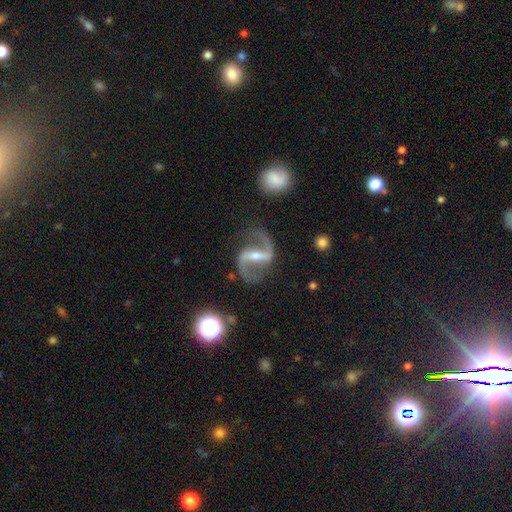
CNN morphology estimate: smooth_or_featured: featured or disk (p=0.92) [alt: star or artifact p=0.05]
disk_edge_on: no (p=0.97) [alt: yes p=0.03]
bar: strong (p=0.64) [alt: weak p=0.26]
has_spiral_arms: yes (p=0.97) [alt: no p=0.03]
spiral_winding: loose (p=0.50) [alt: medium p=0.41]
spiral_arm_count: 2 (p=0.94) [alt: 1 p=0.01]
bulge_size: small (p=0.56) [alt: moderate p=0.37]
merging: none (p=0.83) [alt: minor disturbance p=0.10]